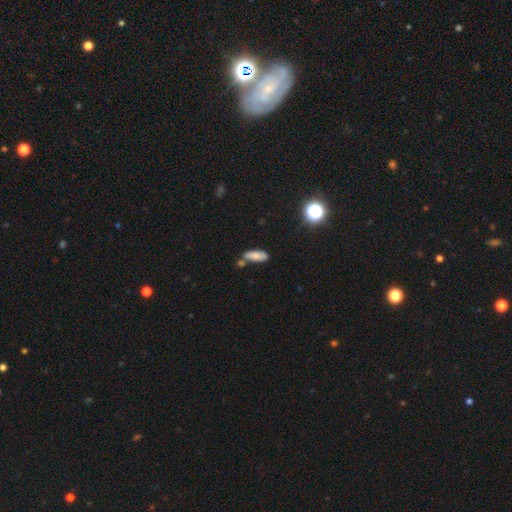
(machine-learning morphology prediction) Overall: smooth (78%). How rounded: in between (67%; cigar-shaped 30%). Merging: none (63%).